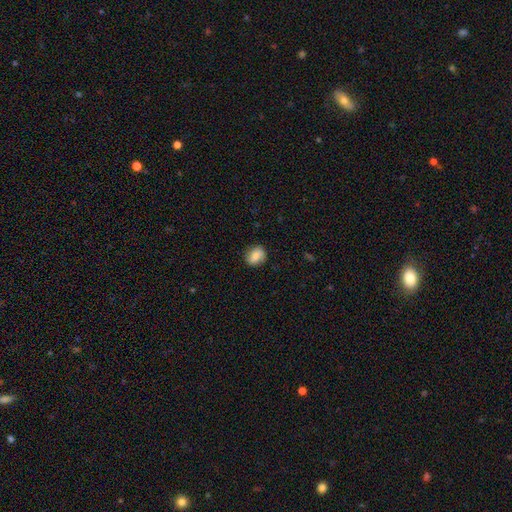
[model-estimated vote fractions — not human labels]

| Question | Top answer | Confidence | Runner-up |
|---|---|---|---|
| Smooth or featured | smooth | 80% | featured or disk (12%) |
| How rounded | round | 53% | in between (46%) |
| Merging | none | 84% | minor disturbance (12%) |